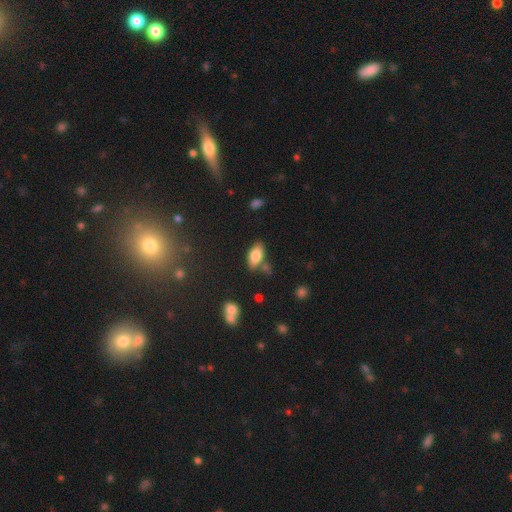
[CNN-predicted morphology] Smooth or featured: smooth — 79% (featured or disk — 13%)
How rounded: in between — 89% (cigar-shaped — 8%)
Merging: none — 71% (minor disturbance — 16%)